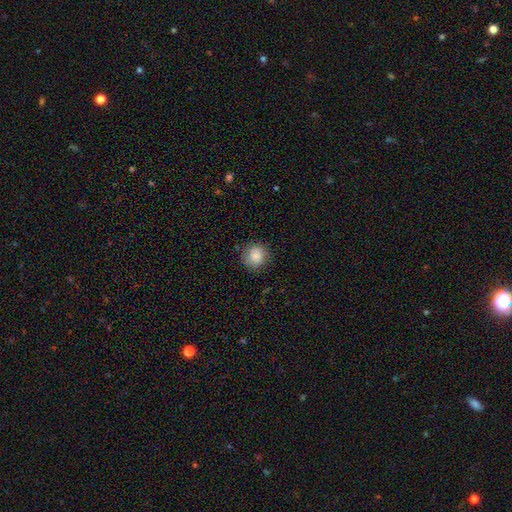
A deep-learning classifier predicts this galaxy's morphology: This appears to be a smooth galaxy with no disk features (84%) that is round (90%). Merging: none (85%).